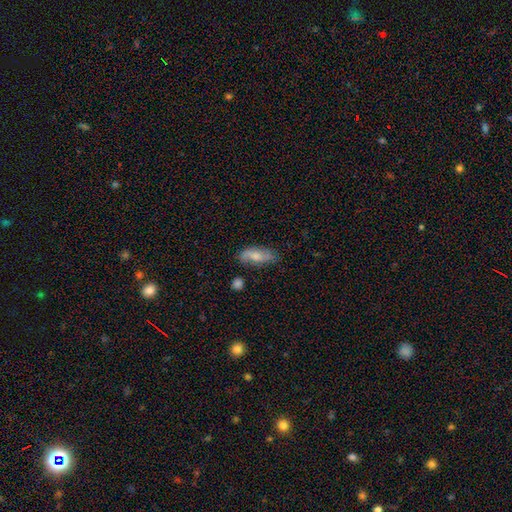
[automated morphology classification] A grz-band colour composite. It shows a smooth galaxy with no disk features (59%) that is in between round and cigar-shaped (79%). Merging: none (65%).